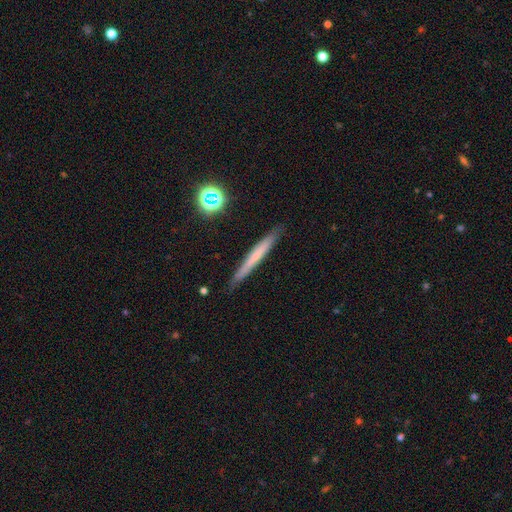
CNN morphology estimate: type=smooth (52%); roundness=cigar-shaped (96%); merging=none (89%).